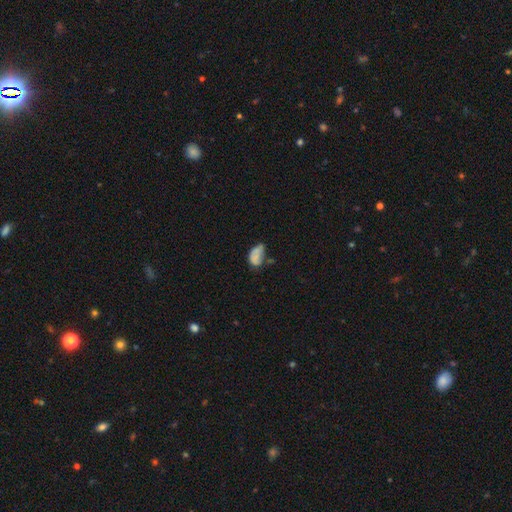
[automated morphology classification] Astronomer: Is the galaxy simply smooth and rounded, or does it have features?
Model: smooth — 66%.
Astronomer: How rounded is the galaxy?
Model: in between — 89%.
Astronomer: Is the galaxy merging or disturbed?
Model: minor disturbance — 35% (runner-up: none, 30%).